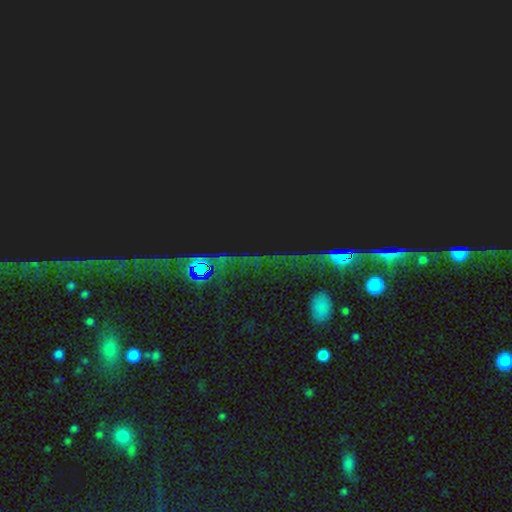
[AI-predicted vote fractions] A star or artifact, not a galaxy (76%).